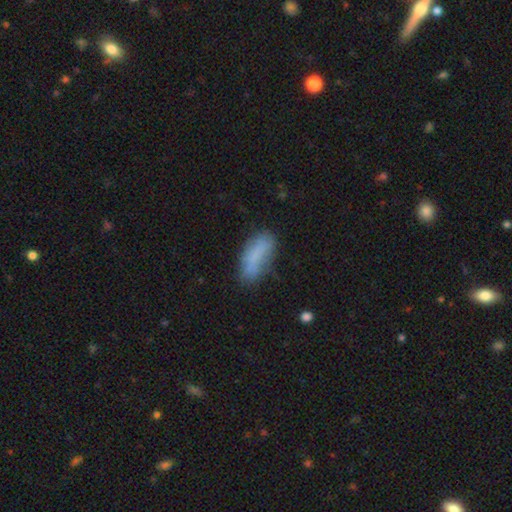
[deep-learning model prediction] This appears to be a smooth galaxy with no disk features (76%) that is in between round and cigar-shaped (71%). Merging: none (55%).